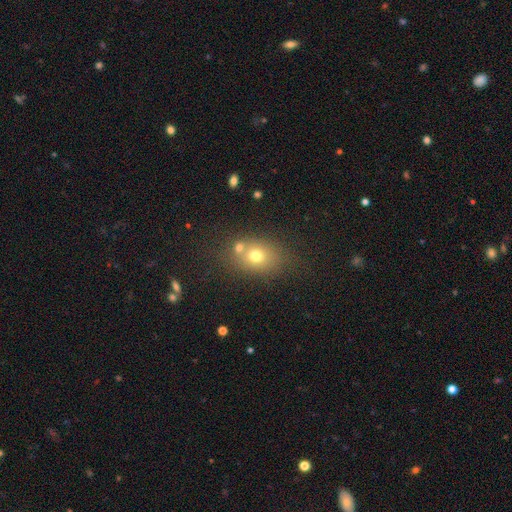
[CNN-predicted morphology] Smooth or featured? Predicted: smooth (p=0.68). How rounded? Predicted: in between (p=0.55). Merging? Predicted: none (p=0.57).